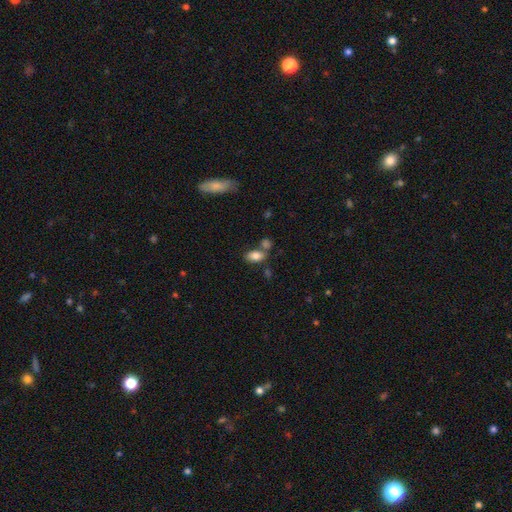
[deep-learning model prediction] smooth 81%, featured or disk 10%, star or artifact 9%. Down the decision tree: how rounded — in between (91%); merging — none (59%).